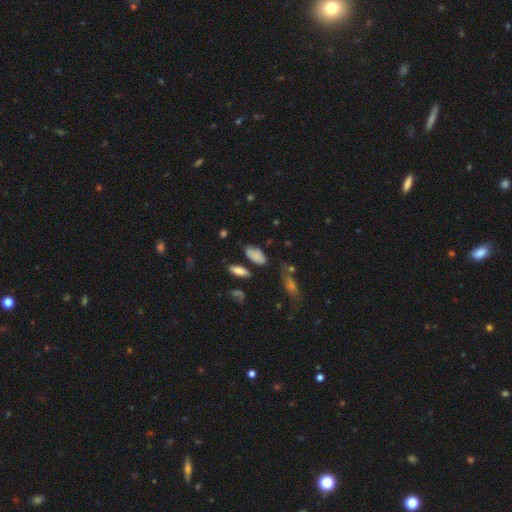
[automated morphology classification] The model was most divided on "merging": none: 63%, minor disturbance: 23%, major disturbance: 7%, merger: 7%. More confident: how rounded — in between (87%); smooth or featured — smooth (78%).